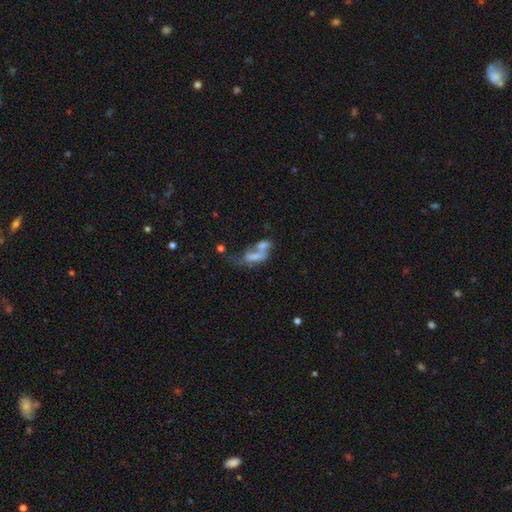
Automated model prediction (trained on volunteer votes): smooth_or_featured: smooth (p=0.53) [alt: featured or disk p=0.34]
how_rounded: in between (p=0.74) [alt: cigar-shaped p=0.17]
merging: merger (p=0.60) [alt: major disturbance p=0.18]